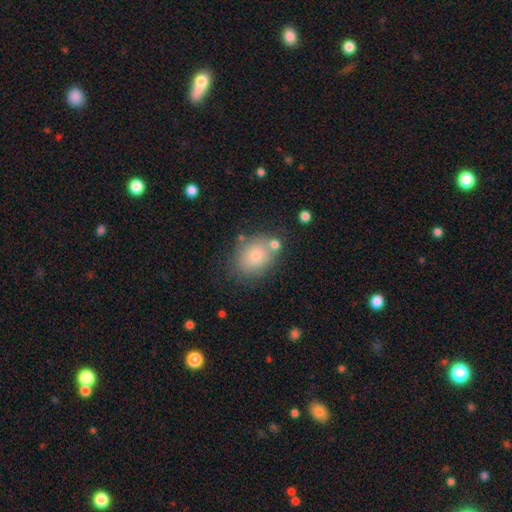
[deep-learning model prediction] The model was most divided on "how rounded": in between: 59%, round: 40%, cigar-shaped: 1%. More confident: smooth or featured — smooth (78%); merging — none (67%).